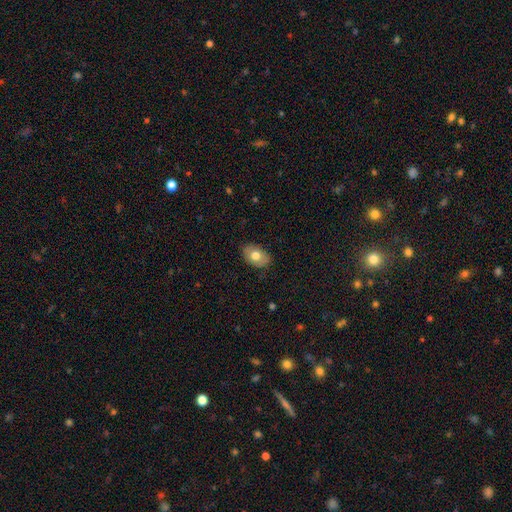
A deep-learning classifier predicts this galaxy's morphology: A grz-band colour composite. It shows a smooth galaxy with no disk features (74%) that is in between round and cigar-shaped (85%). Merging: none (85%).